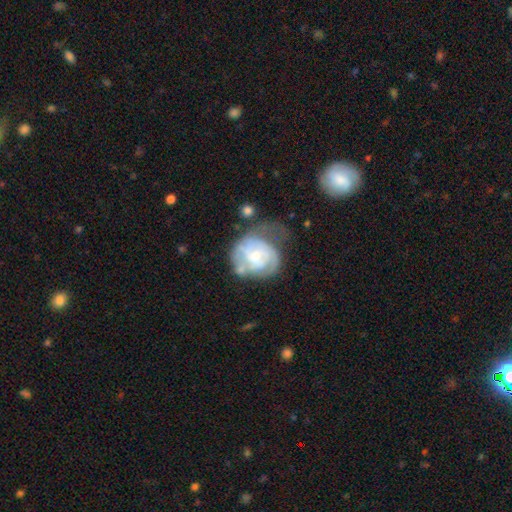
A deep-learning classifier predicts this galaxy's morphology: Smooth or featured: featured or disk — 68% (smooth — 25%)
Edge-on disk: no — 98% (yes — 2%)
Bar: no — 66% (weak — 29%)
Spiral arms: yes — 76% (no — 24%)
Spiral winding: tight — 49% (medium — 35%)
Spiral arm count: can't tell — 39% (2 — 37%)
Bulge size: small — 51% (moderate — 41%)
Merging: major disturbance — 32% (none — 30%)